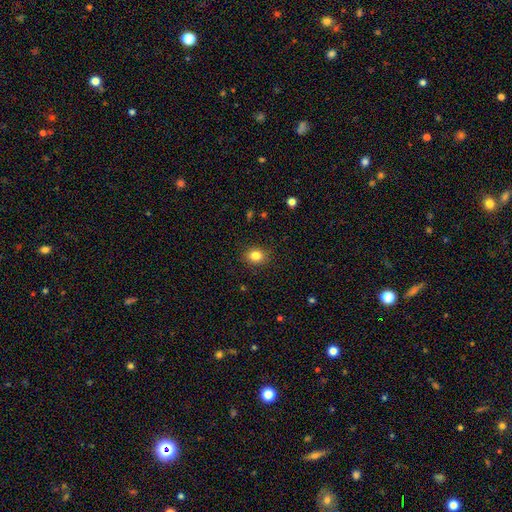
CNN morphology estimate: Smooth or featured? Predicted: smooth (p=0.83). How rounded? Predicted: round (p=0.59). Merging? Predicted: none (p=0.89).